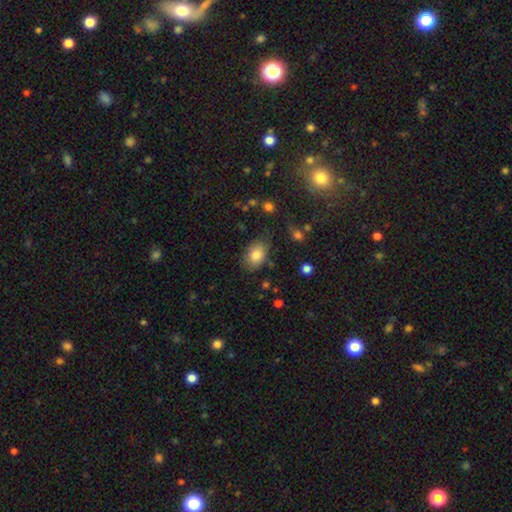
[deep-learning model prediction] This is clearly a smooth galaxy (83%). How rounded: likely in between (78%). Merging: likely none (74%).